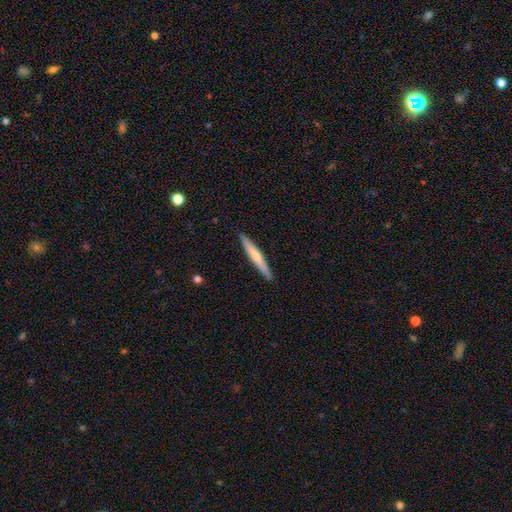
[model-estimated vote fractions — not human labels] The model was most divided on "smooth or featured": smooth: 56%, featured or disk: 39%, star or artifact: 5%. More confident: how rounded — cigar-shaped (95%); merging — none (91%).